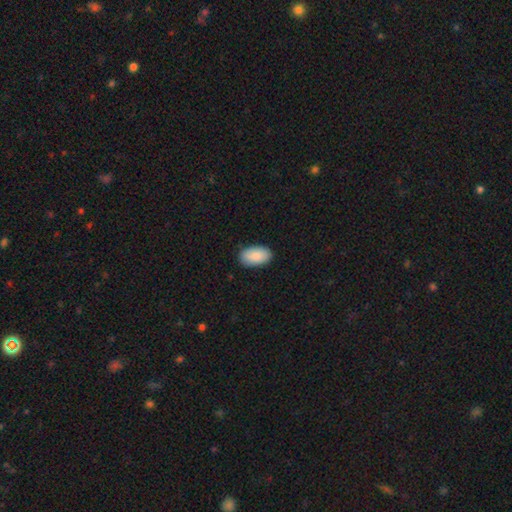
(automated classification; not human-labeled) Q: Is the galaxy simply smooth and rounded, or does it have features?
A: smooth — 89%.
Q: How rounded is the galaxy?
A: in between — 95%.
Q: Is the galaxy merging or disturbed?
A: none — 87%.